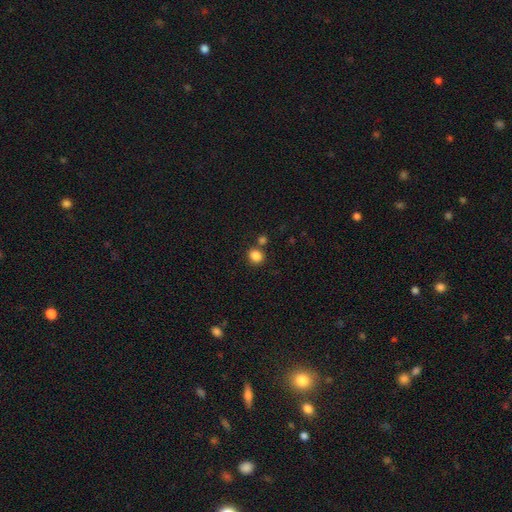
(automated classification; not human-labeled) The model was most divided on "how rounded": round: 77%, in between: 23%, cigar-shaped: 1%. More confident: smooth or featured — smooth (85%); merging — none (73%).